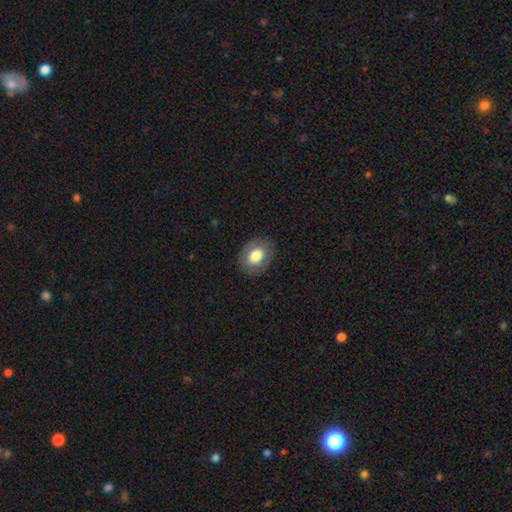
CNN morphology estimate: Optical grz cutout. It shows a smooth galaxy with no disk features (74%) that is in between round and cigar-shaped (60%). Merging: none (86%).